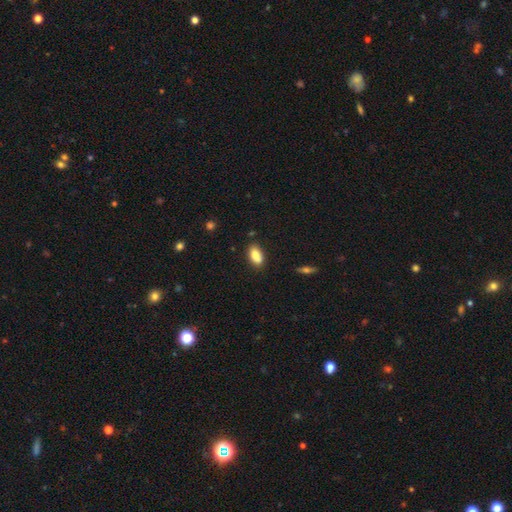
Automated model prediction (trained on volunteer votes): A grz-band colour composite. It shows a smooth galaxy with no disk features (85%) that is in between round and cigar-shaped (91%). Merging: none (83%).